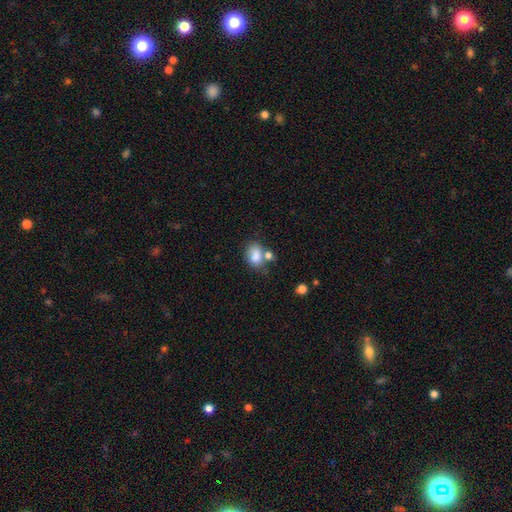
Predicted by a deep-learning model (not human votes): Morphology: type=smooth (82%); roundness=in between (75%); merging=none (45%).